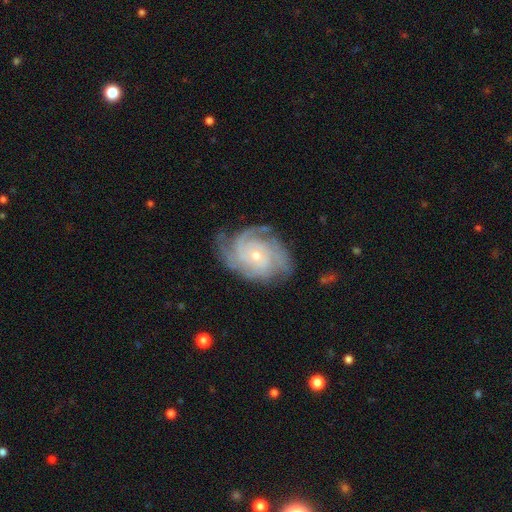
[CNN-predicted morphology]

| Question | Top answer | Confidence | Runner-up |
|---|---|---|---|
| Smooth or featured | featured or disk | 88% | smooth (6%) |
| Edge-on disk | no | 97% | yes (3%) |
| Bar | no | 76% | weak (20%) |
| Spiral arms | yes | 97% | no (3%) |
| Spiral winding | tight | 66% | medium (29%) |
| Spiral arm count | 3 | 32% | 4 (26%) |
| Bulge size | small | 72% | moderate (25%) |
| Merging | none | 72% | minor disturbance (19%) |